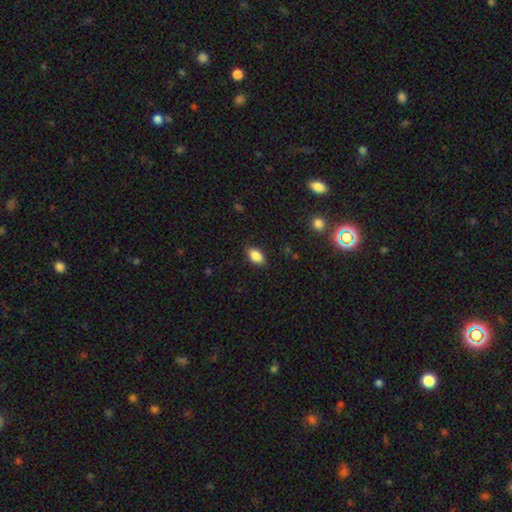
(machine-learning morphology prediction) Smooth or featured?
  - smooth: 87% *
  - star or artifact: 8%
  - featured or disk: 5%
How rounded?
  - in between: 90% *
  - round: 7%
  - cigar-shaped: 2%
Merging?
  - none: 86% *
  - minor disturbance: 11%
  - major disturbance: 3%
  - merger: 1%